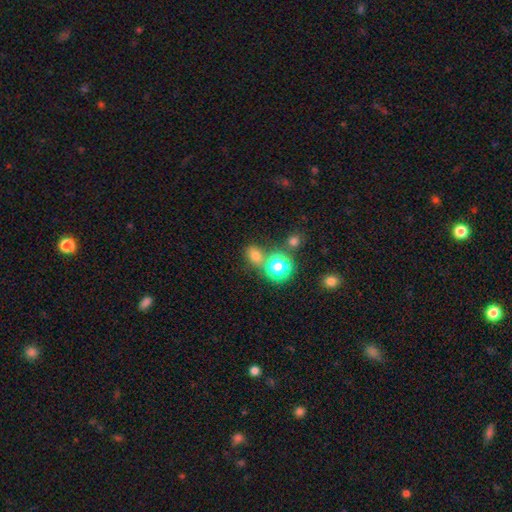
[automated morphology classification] Smooth or featured? Predicted: smooth (p=0.66). How rounded? Predicted: round (p=0.56). Merging? Predicted: none (p=0.66).